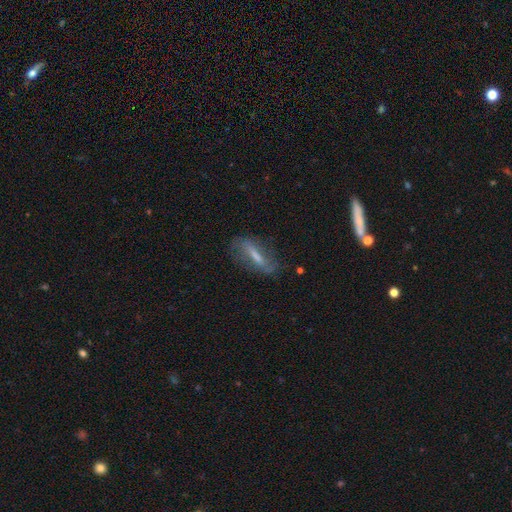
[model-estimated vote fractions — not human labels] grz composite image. It shows a featured or disk galaxy (52%). Merging: none (64%).